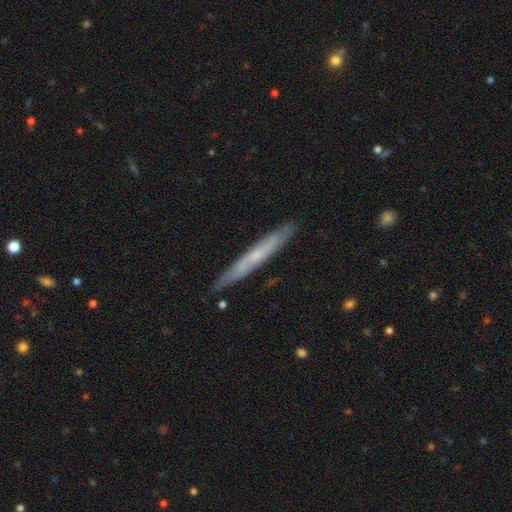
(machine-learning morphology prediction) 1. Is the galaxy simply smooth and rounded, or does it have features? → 51% featured or disk, 43% smooth, 6% star or artifact.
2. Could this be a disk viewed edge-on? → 89% yes, 11% no.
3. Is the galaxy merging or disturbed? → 88% none, 10% minor disturbance, 2% major disturbance, 1% merger.